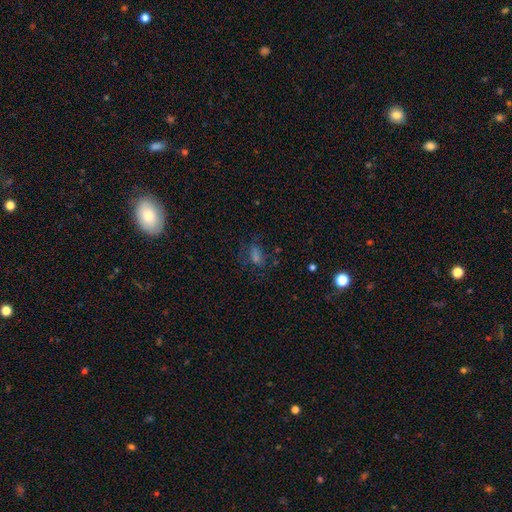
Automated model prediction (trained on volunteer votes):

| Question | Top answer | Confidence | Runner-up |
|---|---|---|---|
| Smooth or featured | smooth | 44% | star or artifact (33%) |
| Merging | none | 61% | minor disturbance (19%) |